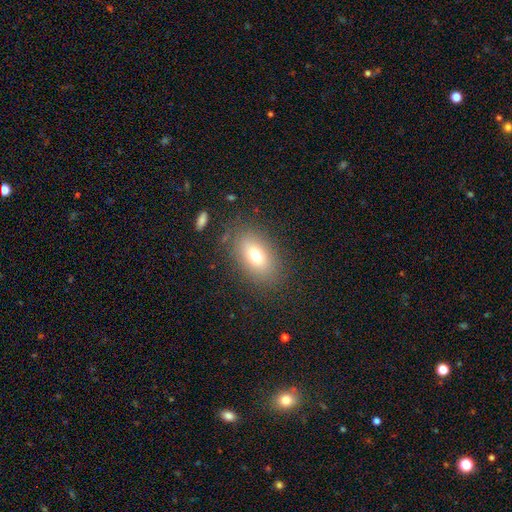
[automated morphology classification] smooth-or-featured: smooth: 71% | featured or disk: 17% | star or artifact: 12%
  how-rounded: in between: 82% | round: 16% | cigar-shaped: 2%
  merging: none: 82% | minor disturbance: 11% | major disturbance: 5% | merger: 2%